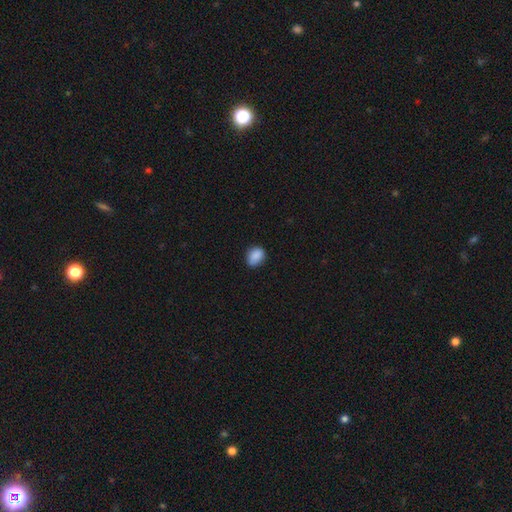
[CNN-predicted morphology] Smooth or featured?
  - smooth: 87% *
  - star or artifact: 8%
  - featured or disk: 4%
How rounded?
  - in between: 54% *
  - round: 45%
  - cigar-shaped: 1%
Merging?
  - none: 74% *
  - minor disturbance: 21%
  - major disturbance: 3%
  - merger: 1%